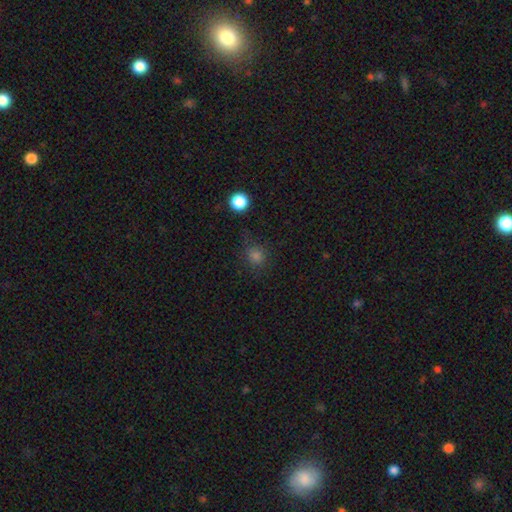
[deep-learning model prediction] This is likely a smooth galaxy (76%). How rounded: clearly round (84%). Merging: likely none (78%).